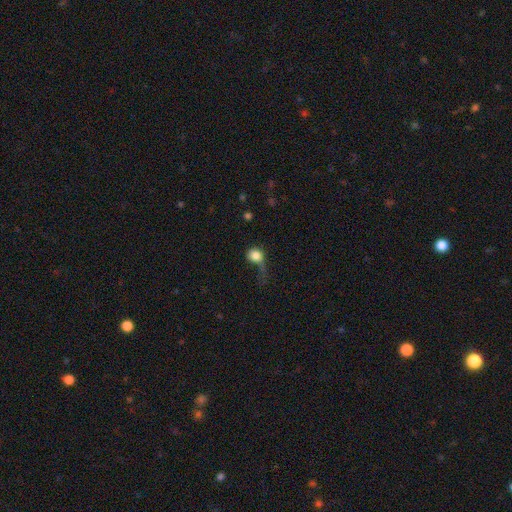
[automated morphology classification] type=smooth (77%); roundness=round (76%); merging=major disturbance (51%).